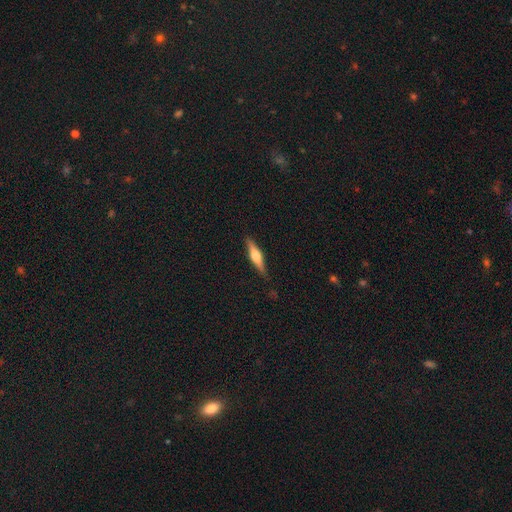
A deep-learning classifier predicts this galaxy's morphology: Smooth or featured? Predicted: featured or disk (p=0.61). Edge-on disk? Predicted: yes (p=0.96). Edge-on bulge? Predicted: rounded (p=0.93). Merging? Predicted: none (p=0.87).